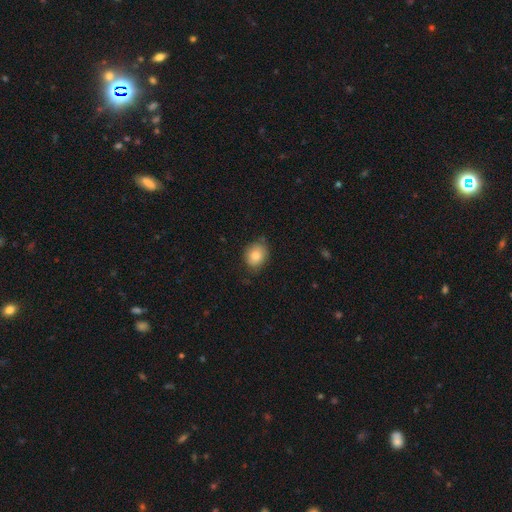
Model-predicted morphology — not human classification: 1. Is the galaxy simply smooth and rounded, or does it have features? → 82% smooth, 10% featured or disk, 8% star or artifact.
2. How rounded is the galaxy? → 56% round, 43% in between, 1% cigar-shaped.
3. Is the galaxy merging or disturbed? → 73% none, 22% minor disturbance, 4% major disturbance, 1% merger.